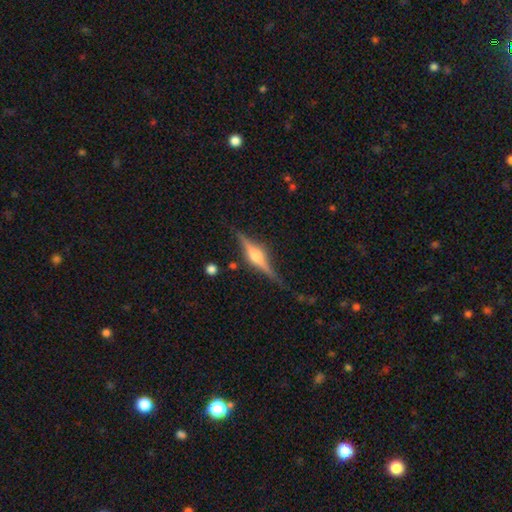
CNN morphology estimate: smooth-or-featured: featured or disk: 81% | smooth: 13% | star or artifact: 6%
  disk-edge-on: yes: 97% | no: 3%
    edge-on-bulge: rounded: 90% | boxy: 7% | none: 2%
  merging: none: 83% | minor disturbance: 12% | major disturbance: 3% | merger: 2%